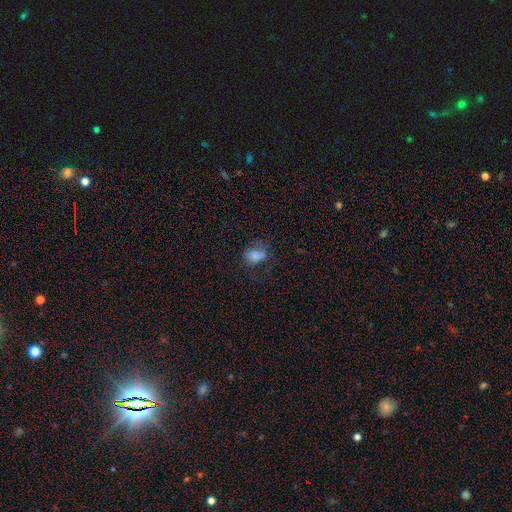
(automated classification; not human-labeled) Q: Smooth or featured?
A: smooth (68%); runner-up: featured or disk (18%)
Q: How rounded?
A: in between (66%); runner-up: round (32%)
Q: Merging?
A: none (44%); runner-up: major disturbance (26%)